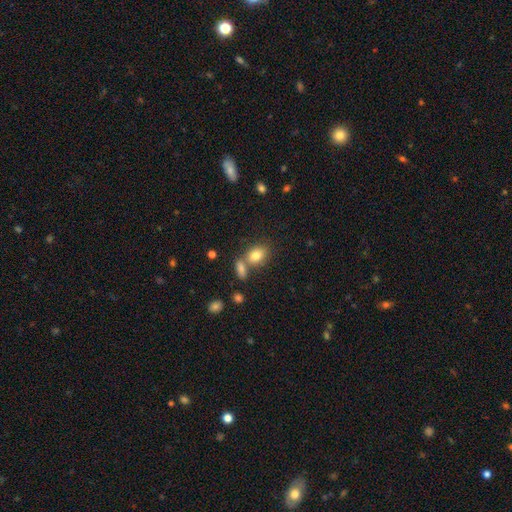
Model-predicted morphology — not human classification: Smooth or featured? smooth (81%)
How rounded? in between (71%)
Merging? none (51%)